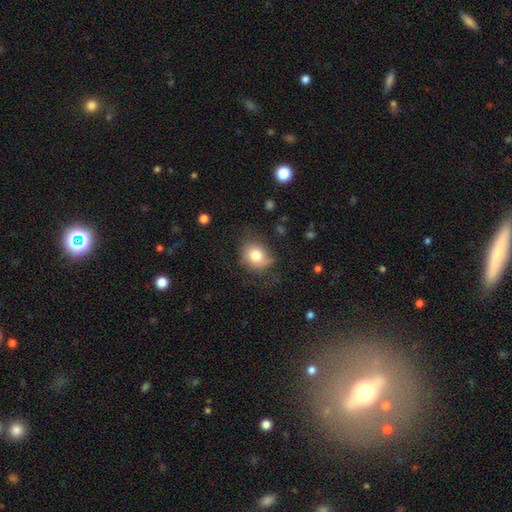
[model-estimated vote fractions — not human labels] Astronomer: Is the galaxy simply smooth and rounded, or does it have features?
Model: smooth — 78%.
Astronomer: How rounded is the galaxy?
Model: round — 61% (runner-up: in between, 38%).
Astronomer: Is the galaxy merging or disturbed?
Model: none — 64%.